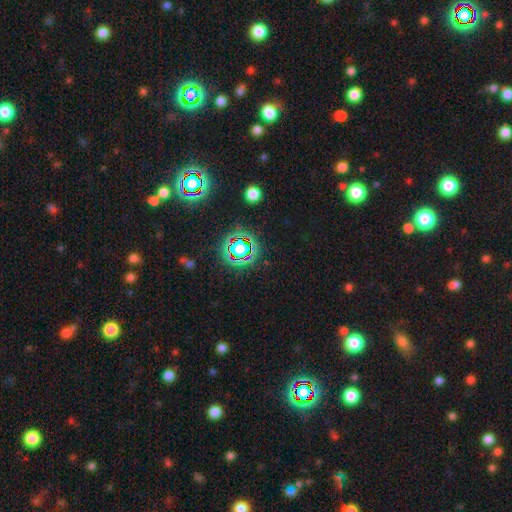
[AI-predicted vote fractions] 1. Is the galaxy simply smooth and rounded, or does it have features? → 78% star or artifact, 14% smooth, 8% featured or disk.